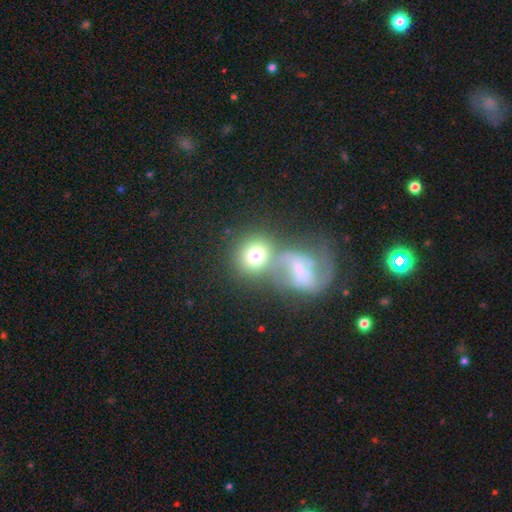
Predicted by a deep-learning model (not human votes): The model was most divided on "merging" (2-way tie): merger: 42%, none: 42%, minor disturbance: 10%, major disturbance: 6%. More confident: how rounded — round (74%); smooth or featured — smooth (72%).